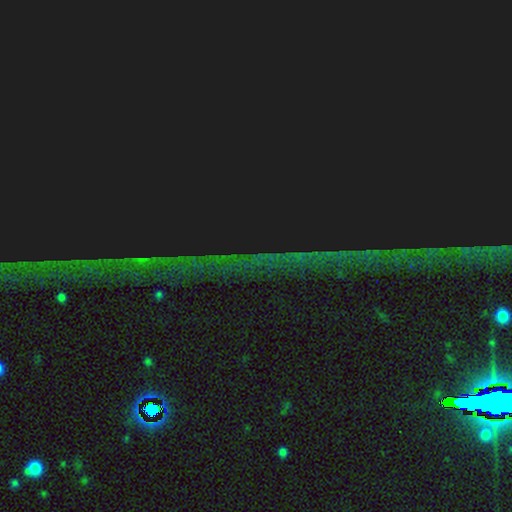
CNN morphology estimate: A star or artifact, not a galaxy (87%).